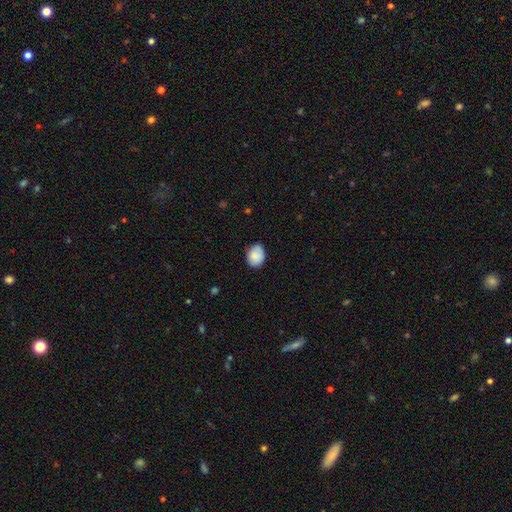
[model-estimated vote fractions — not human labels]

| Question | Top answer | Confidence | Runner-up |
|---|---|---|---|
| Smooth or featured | smooth | 85% | featured or disk (8%) |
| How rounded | in between | 59% | round (40%) |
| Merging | none | 75% | minor disturbance (21%) |